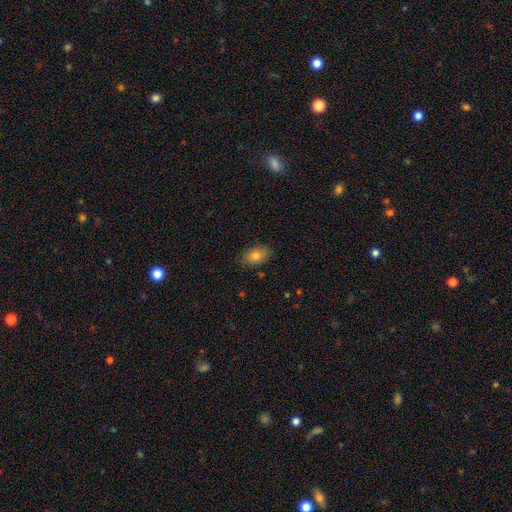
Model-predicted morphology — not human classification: Smooth or featured: smooth — 80% (featured or disk — 12%)
How rounded: in between — 86% (round — 12%)
Merging: none — 83% (minor disturbance — 13%)